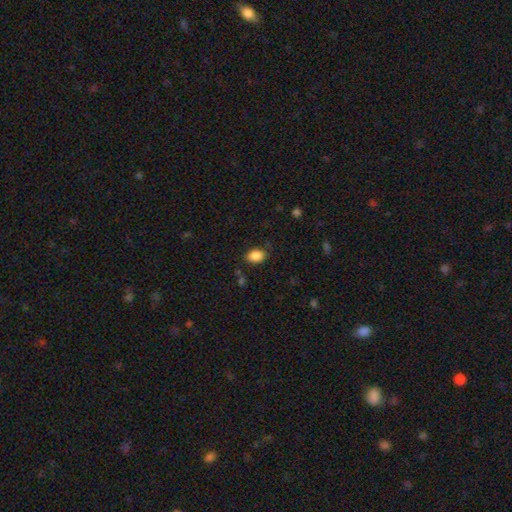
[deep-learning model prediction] Morphology: type=smooth (88%); roundness=in between (81%); merging=none (82%).